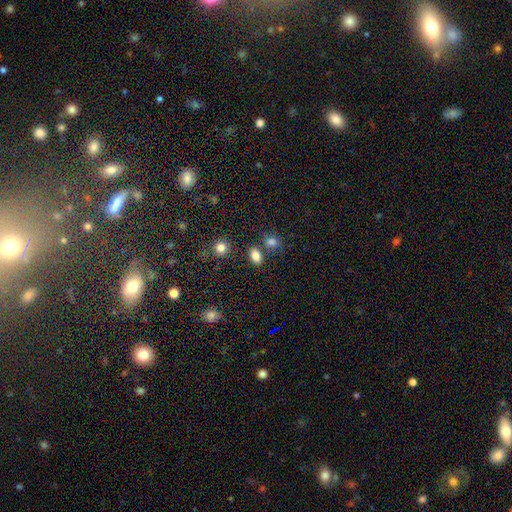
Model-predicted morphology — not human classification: Overall: smooth (83%). How rounded: in between (78%). Merging: none (71%).